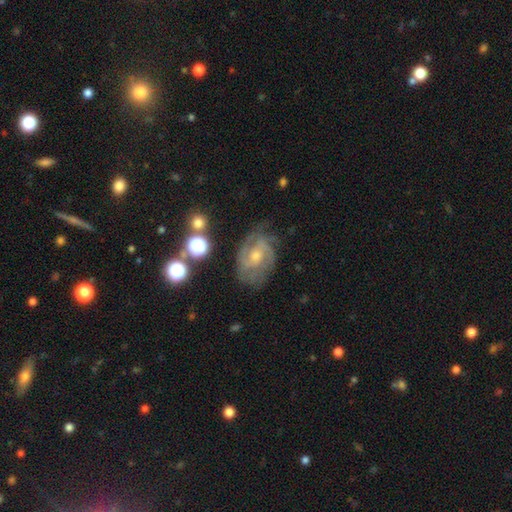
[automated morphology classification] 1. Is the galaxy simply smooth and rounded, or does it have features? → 79% featured or disk, 12% smooth, 9% star or artifact.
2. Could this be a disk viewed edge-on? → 97% no, 3% yes.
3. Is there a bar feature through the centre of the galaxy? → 52% no, 40% weak, 8% strong.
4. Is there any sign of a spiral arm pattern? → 93% yes, 7% no.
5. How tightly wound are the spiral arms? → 51% tight, 39% medium, 10% loose.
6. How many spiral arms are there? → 31% can't tell, 29% 2, 24% 3, 7% 4, 5% 1, 4% more than 4.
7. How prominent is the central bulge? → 49% small, 45% moderate, 3% none, 2% large, 1% dominant.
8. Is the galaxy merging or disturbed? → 68% none, 20% minor disturbance, 10% major disturbance, 2% merger.